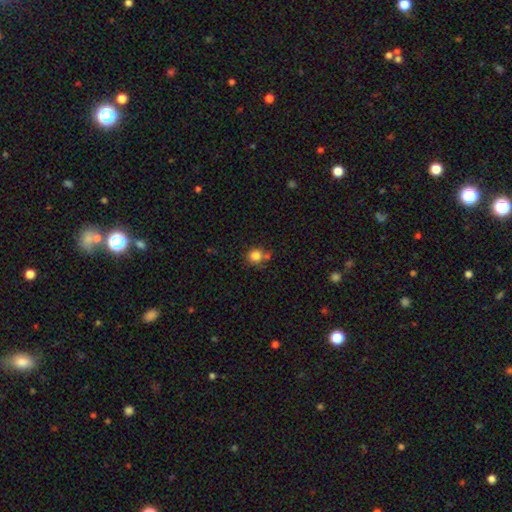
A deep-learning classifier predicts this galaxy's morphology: type=smooth (82%); roundness=round (88%); merging=none (61%).